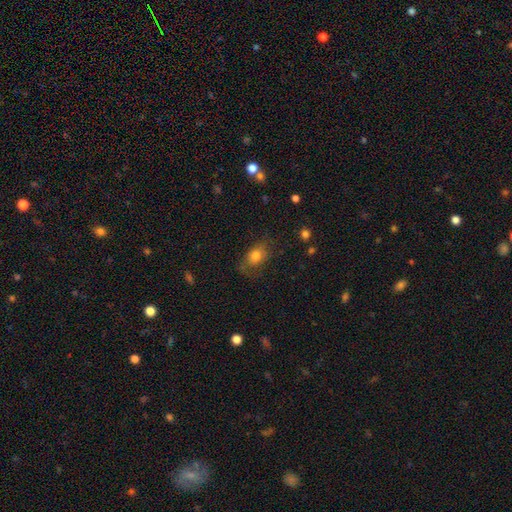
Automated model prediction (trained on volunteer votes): smooth 74%, featured or disk 16%, star or artifact 10%. Down the decision tree: how rounded — in between (71%); merging — none (61%).